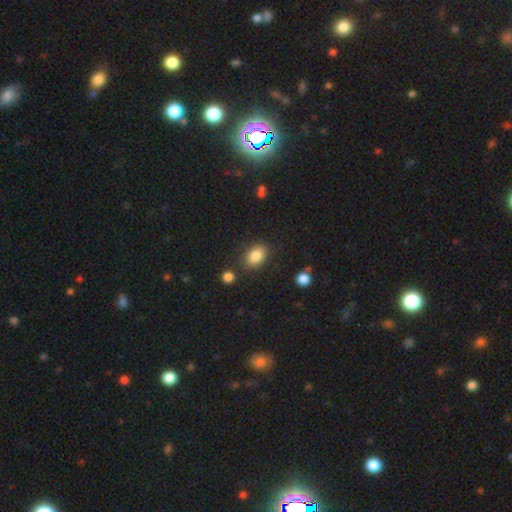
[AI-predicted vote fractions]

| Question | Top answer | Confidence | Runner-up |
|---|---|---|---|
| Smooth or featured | smooth | 85% | star or artifact (9%) |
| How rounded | in between | 79% | round (19%) |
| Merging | none | 81% | minor disturbance (11%) |